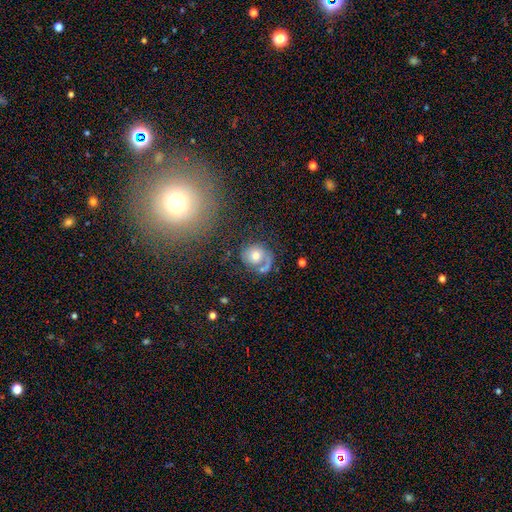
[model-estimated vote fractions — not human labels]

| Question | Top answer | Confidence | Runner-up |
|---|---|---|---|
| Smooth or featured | featured or disk | 47% | smooth (43%) |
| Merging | none | 48% | major disturbance (23%) |